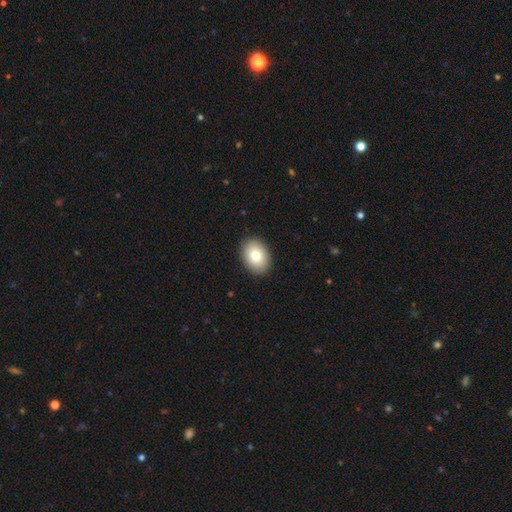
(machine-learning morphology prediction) Q: Smooth or featured?
A: smooth (81%); runner-up: featured or disk (12%)
Q: How rounded?
A: in between (74%); runner-up: round (25%)
Q: Merging?
A: none (90%); runner-up: minor disturbance (7%)